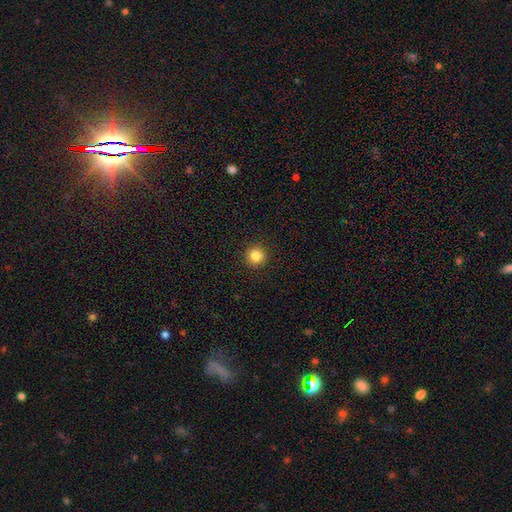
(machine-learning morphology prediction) A smooth galaxy with no disk features (83%) that is round (95%).

Vote fractions:
- Smooth or featured? smooth: 83% / star or artifact: 12% / featured or disk: 5%
- How rounded? round: 95% / in between: 4% / cigar-shaped: 1%
- Merging? none: 93% / minor disturbance: 5% / major disturbance: 2% / merger: 1%